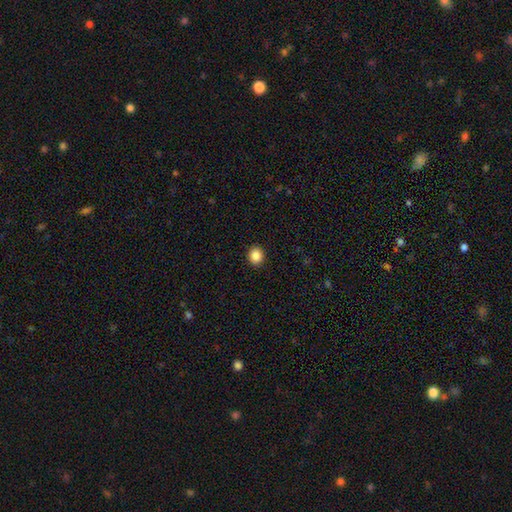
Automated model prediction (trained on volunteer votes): This is clearly a smooth galaxy (86%). How rounded: likely round (73%). Merging: clearly none (92%).